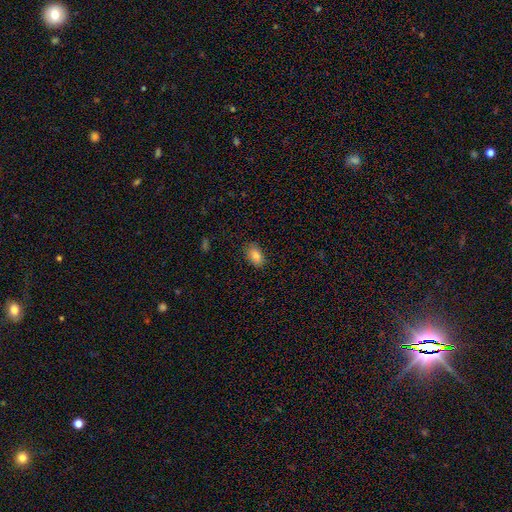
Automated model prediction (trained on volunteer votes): Smooth or featured?
  - smooth: 84% *
  - star or artifact: 9%
  - featured or disk: 7%
How rounded?
  - in between: 87% *
  - round: 11%
  - cigar-shaped: 1%
Merging?
  - none: 85% *
  - minor disturbance: 12%
  - major disturbance: 3%
  - merger: 1%